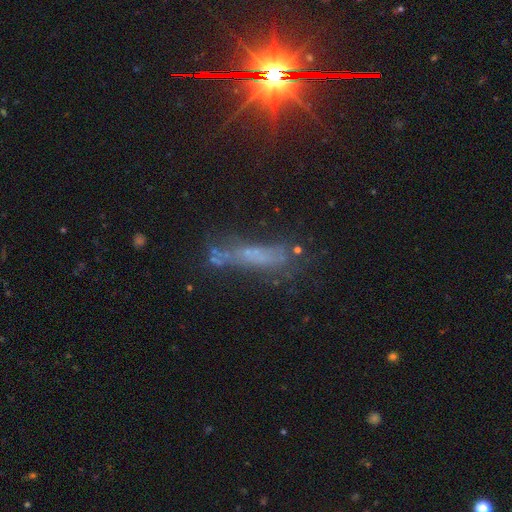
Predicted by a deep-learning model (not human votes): Smooth or featured? featured or disk (38%)
Merging? none (49%)